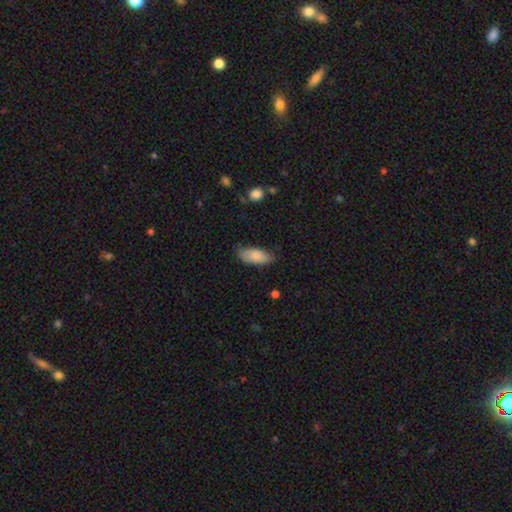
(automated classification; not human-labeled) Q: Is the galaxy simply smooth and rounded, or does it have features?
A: smooth — 84%.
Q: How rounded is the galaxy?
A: in between — 87%.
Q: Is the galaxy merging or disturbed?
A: none — 74%.